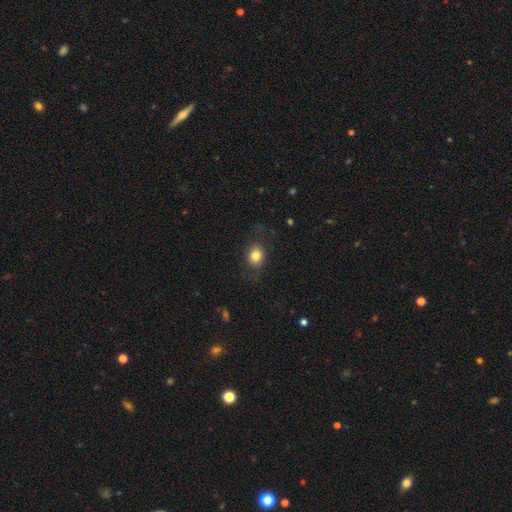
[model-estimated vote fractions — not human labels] The model was most divided on "how rounded": round: 56%, in between: 43%, cigar-shaped: 1%. More confident: smooth or featured — smooth (81%); merging — none (75%).